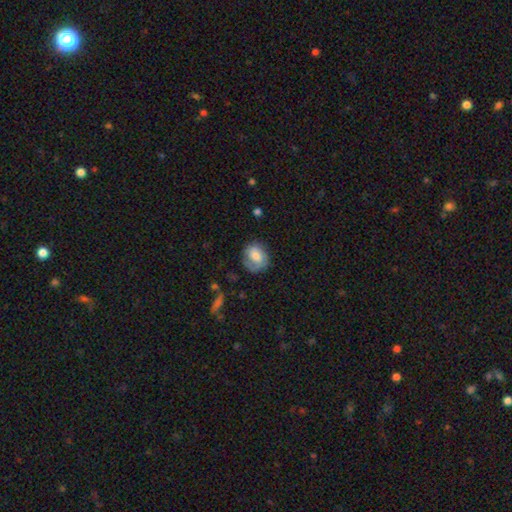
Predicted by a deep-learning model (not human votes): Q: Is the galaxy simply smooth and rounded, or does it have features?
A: smooth — 54%.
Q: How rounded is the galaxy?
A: round — 56%.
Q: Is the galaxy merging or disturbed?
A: none — 62%.